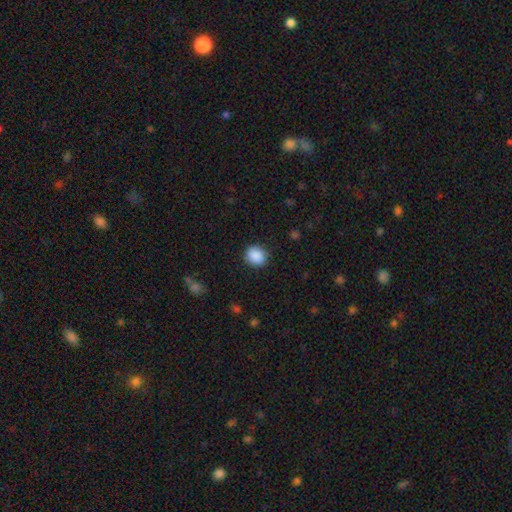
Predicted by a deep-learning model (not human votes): smooth_or_featured: smooth (p=0.89) [alt: star or artifact p=0.08]
how_rounded: round (p=0.71) [alt: in between p=0.28]
merging: none (p=0.87) [alt: minor disturbance p=0.09]